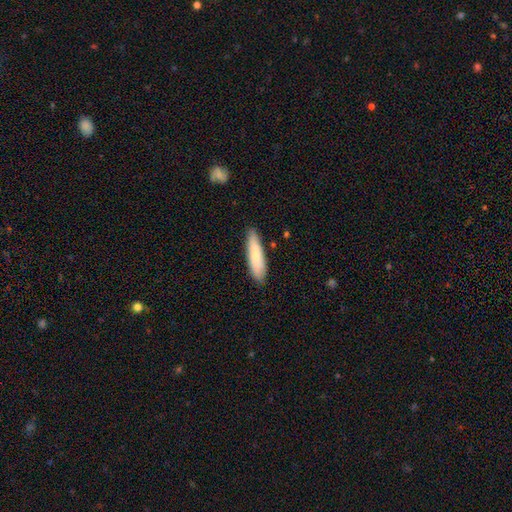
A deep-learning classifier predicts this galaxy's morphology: Smooth or featured: smooth — 76% (featured or disk — 18%)
How rounded: cigar-shaped — 73% (in between — 25%)
Merging: none — 85% (minor disturbance — 12%)